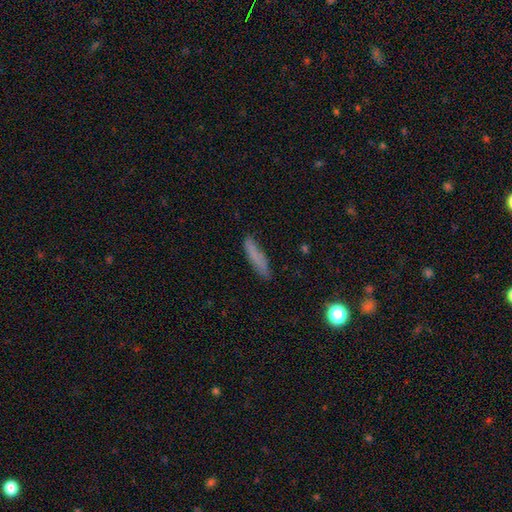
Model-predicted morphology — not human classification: type=smooth (76%); roundness=cigar-shaped (83%); merging=none (78%).